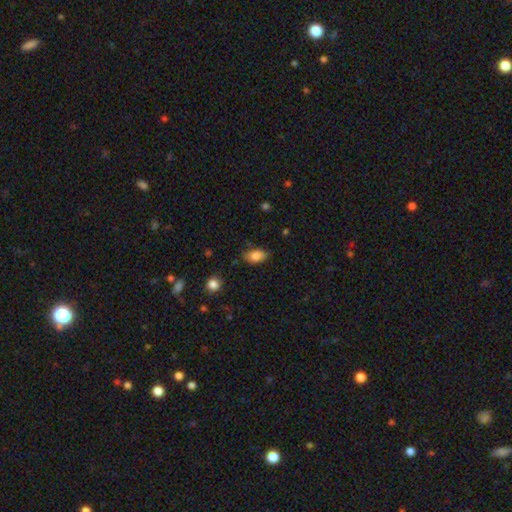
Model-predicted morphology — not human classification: Smooth or featured?
  - smooth: 84% *
  - star or artifact: 8%
  - featured or disk: 8%
How rounded?
  - in between: 90% *
  - round: 7%
  - cigar-shaped: 3%
Merging?
  - none: 77% *
  - minor disturbance: 18%
  - major disturbance: 4%
  - merger: 2%